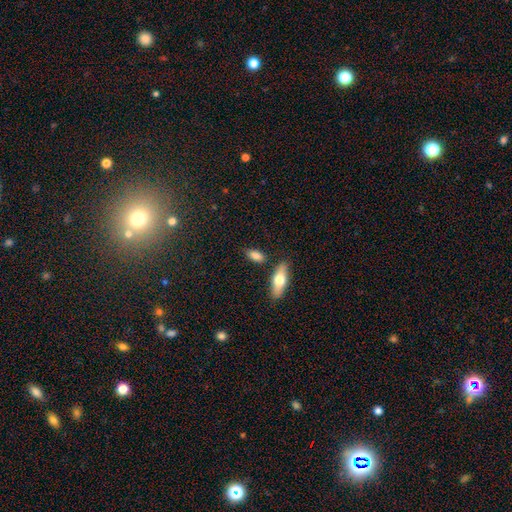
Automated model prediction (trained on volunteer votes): Overall: smooth (79%). How rounded: in between (79%). Merging: none (73%).